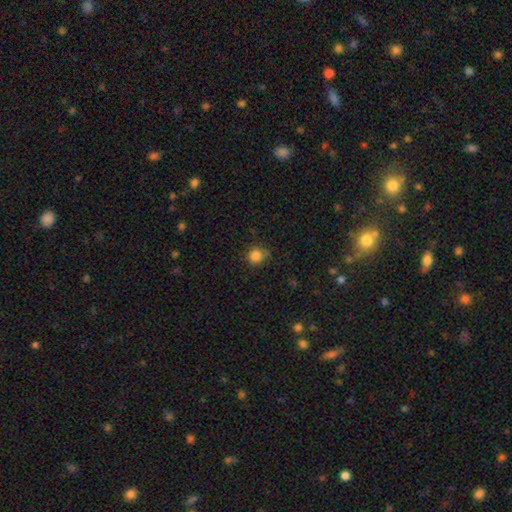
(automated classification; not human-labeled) The model was most divided on "merging": none: 76%, minor disturbance: 16%, merger: 4%, major disturbance: 4%. More confident: how rounded — round (90%); smooth or featured — smooth (84%).